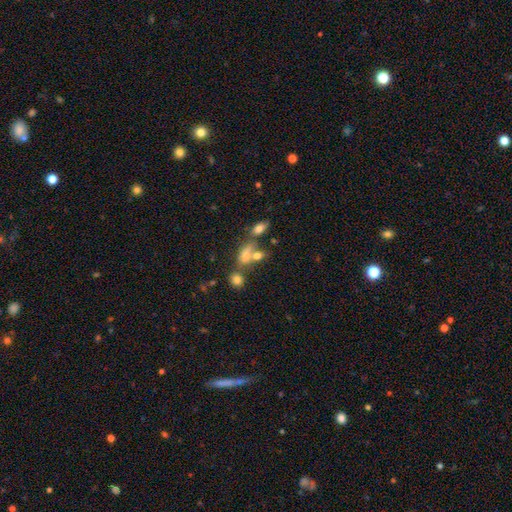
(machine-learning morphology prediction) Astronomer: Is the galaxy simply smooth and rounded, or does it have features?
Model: smooth — 58%.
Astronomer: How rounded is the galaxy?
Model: in between — 64%.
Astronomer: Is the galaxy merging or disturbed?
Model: merger — 43% (runner-up: none, 37%).